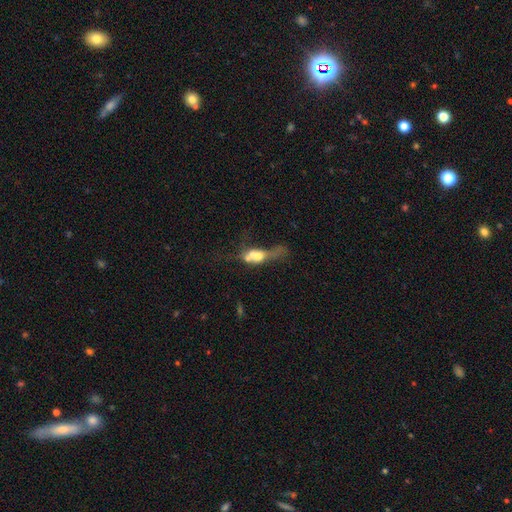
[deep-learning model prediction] A smooth galaxy with no disk features (49%).

Vote fractions:
- Smooth or featured? smooth: 49% / featured or disk: 40% / star or artifact: 11%
- Merging? merger: 54% / major disturbance: 24% / none: 13% / minor disturbance: 9%